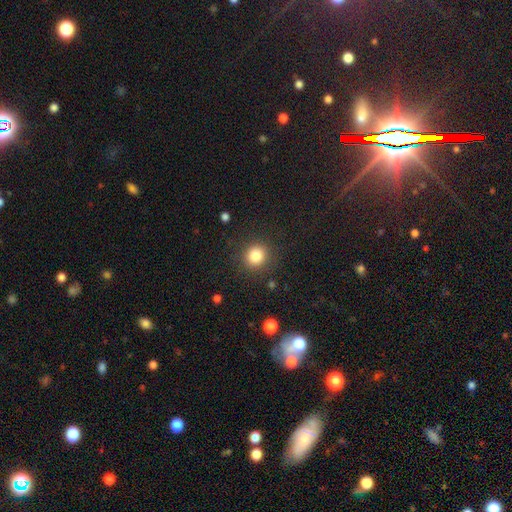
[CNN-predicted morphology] Smooth or featured: smooth — 83% (star or artifact — 11%)
How rounded: round — 87% (in between — 12%)
Merging: none — 88% (minor disturbance — 7%)